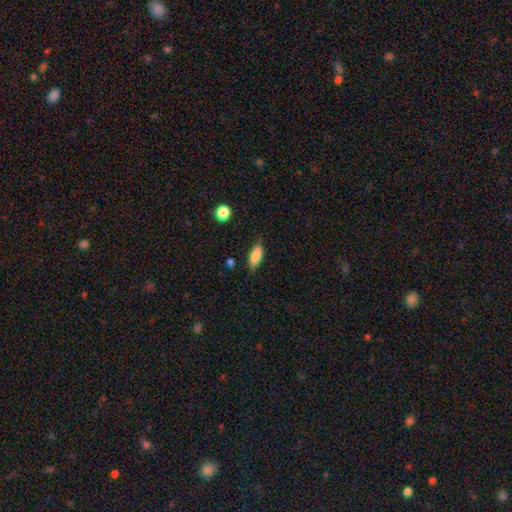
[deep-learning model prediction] Smooth or featured? smooth (82%)
How rounded? in between (77%)
Merging? none (74%)